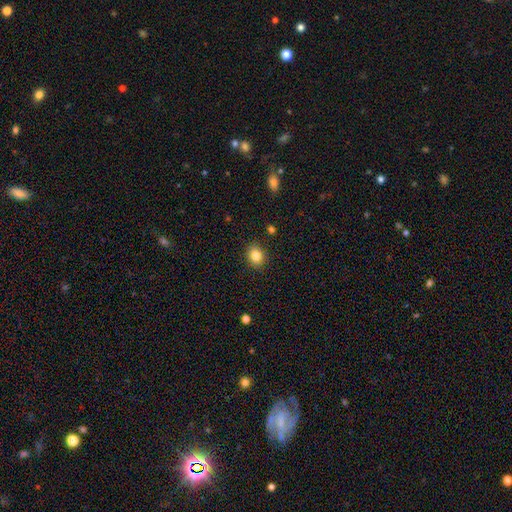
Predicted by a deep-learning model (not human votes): Smooth or featured? Predicted: smooth (p=0.83). How rounded? Predicted: round (p=0.61). Merging? Predicted: none (p=0.89).